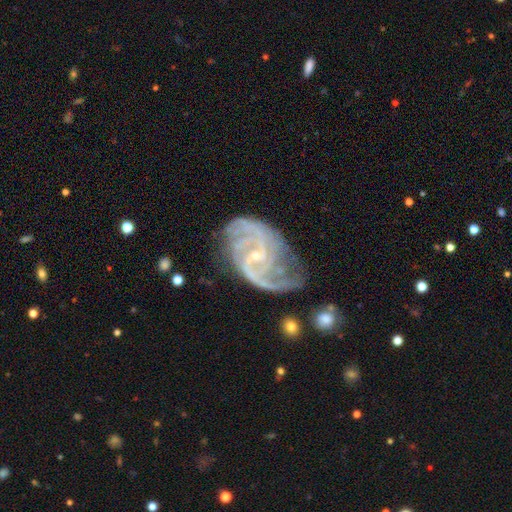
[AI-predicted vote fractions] Q: Smooth or featured?
A: featured or disk (85%); runner-up: star or artifact (9%)
Q: Edge-on disk?
A: no (97%); runner-up: yes (3%)
Q: Bar?
A: no (46%); runner-up: weak (38%)
Q: Spiral arms?
A: yes (97%); runner-up: no (3%)
Q: Spiral winding?
A: medium (44%); runner-up: tight (42%)
Q: Spiral arm count?
A: 2 (48%); runner-up: 3 (18%)
Q: Bulge size?
A: small (79%); runner-up: moderate (16%)
Q: Merging?
A: none (63%); runner-up: minor disturbance (19%)